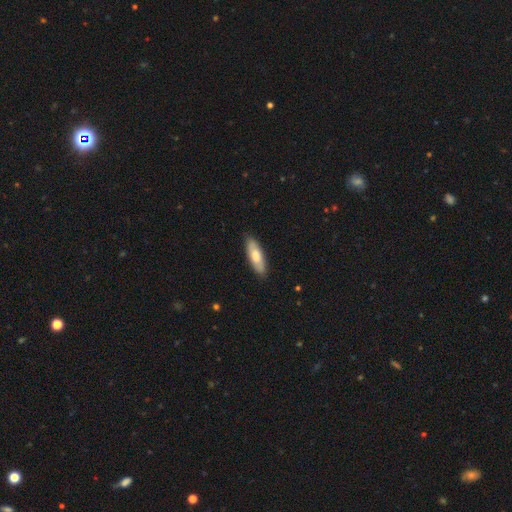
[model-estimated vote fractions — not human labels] A smooth galaxy with no disk features (71%) that is in between round and cigar-shaped (56%).

Vote fractions:
- Smooth or featured? smooth: 71% / featured or disk: 24% / star or artifact: 5%
- How rounded? in between: 56% / cigar-shaped: 42% / round: 2%
- Merging? none: 85% / minor disturbance: 12% / major disturbance: 2% / merger: 1%